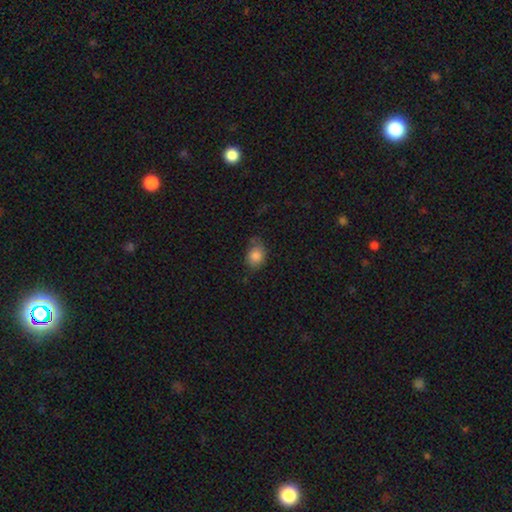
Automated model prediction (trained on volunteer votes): This is clearly a smooth galaxy (84%). How rounded: likely in between (64%). Merging: likely none (66%).